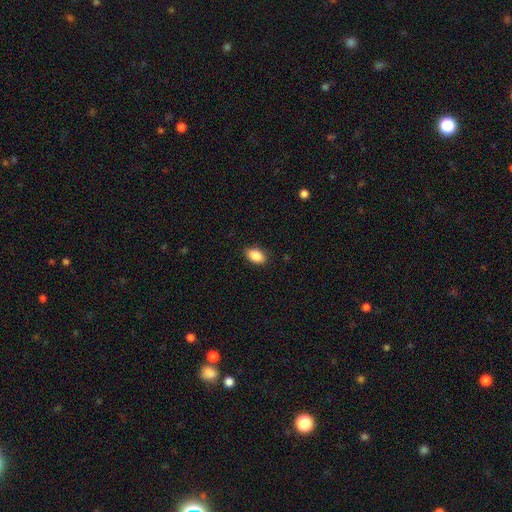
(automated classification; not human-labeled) smooth 89%, star or artifact 7%, featured or disk 4%. Down the decision tree: how rounded — in between (91%); merging — none (87%).